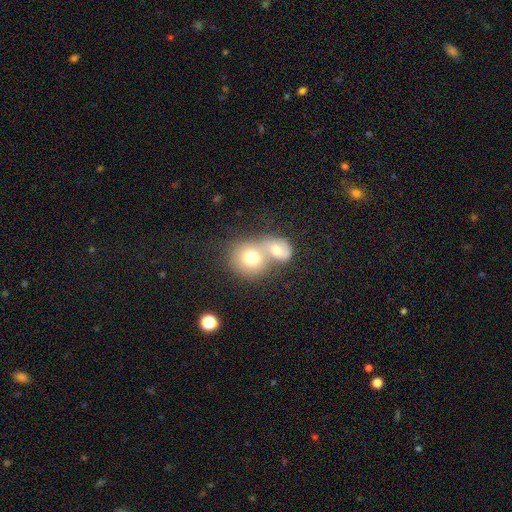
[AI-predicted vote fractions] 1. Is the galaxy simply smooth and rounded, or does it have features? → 64% smooth, 21% featured or disk, 15% star or artifact.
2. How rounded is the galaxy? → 75% round, 24% in between, 1% cigar-shaped.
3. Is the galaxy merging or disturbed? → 66% merger, 25% none, 5% minor disturbance, 3% major disturbance.